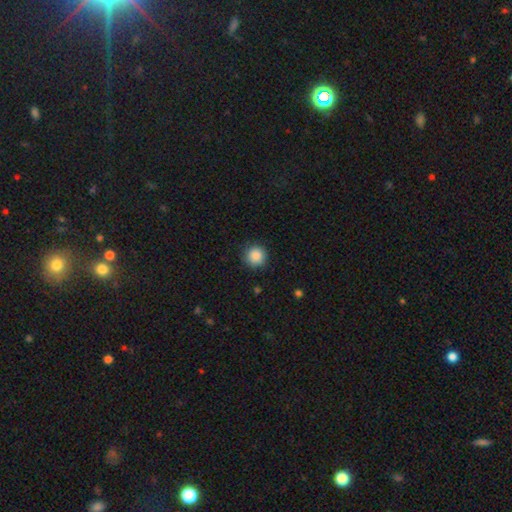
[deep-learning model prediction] smooth 88%, star or artifact 9%, featured or disk 3%. Down the decision tree: how rounded — round (95%); merging — none (88%).